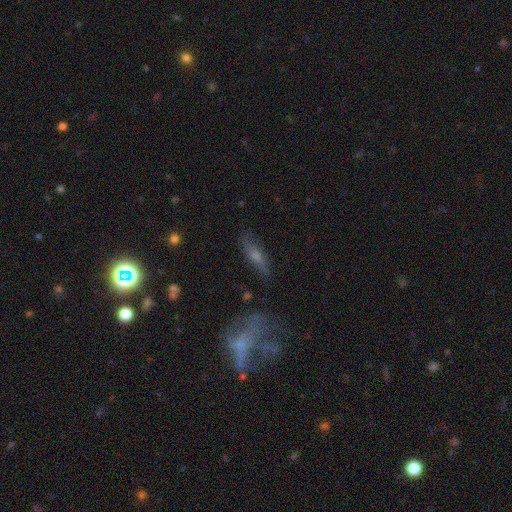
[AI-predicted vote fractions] Smooth or featured?
  - featured or disk: 47% *
  - smooth: 39%
  - star or artifact: 14%
Merging?
  - none: 76% *
  - minor disturbance: 14%
  - major disturbance: 6%
  - merger: 4%